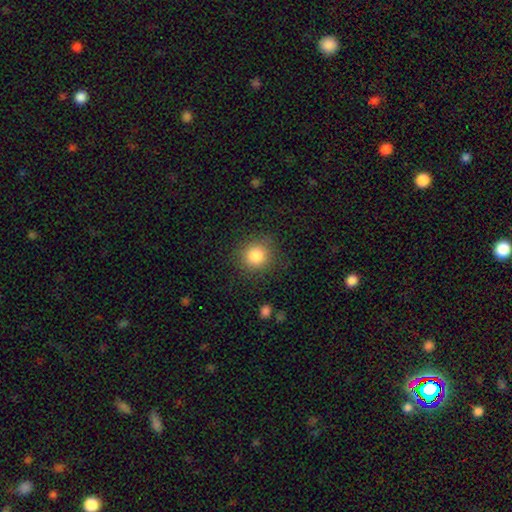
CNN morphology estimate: This appears to be a smooth galaxy with no disk features (84%) that is round (89%). Merging: none (86%).